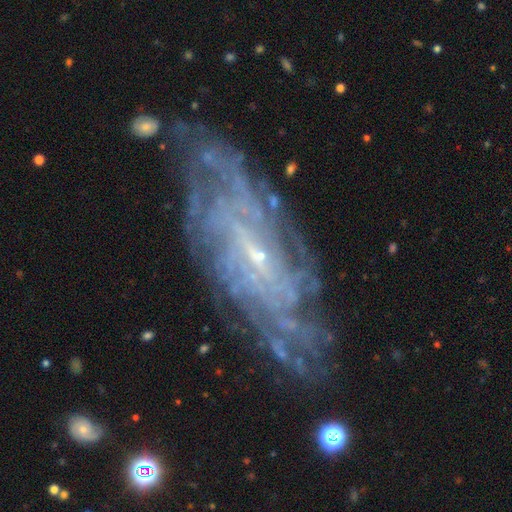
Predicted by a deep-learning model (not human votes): smooth-or-featured: featured or disk: 86% | smooth: 7% | star or artifact: 7%
  disk-edge-on: no: 91% | yes: 9%
    bar: no: 44% | weak: 41% | strong: 15%
    has-spiral-arms: yes: 93% | no: 7%
      spiral-winding: tight: 67% | medium: 25% | loose: 8%
      spiral-arm-count: can't tell: 42% | more than 4: 20% | 4: 15% | 2: 9% | 3: 8% | 1: 6%
    bulge-size: small: 84% | moderate: 10% | none: 5% | large: 1% | dominant: 1%
  merging: none: 70% | minor disturbance: 19% | major disturbance: 9% | merger: 2%